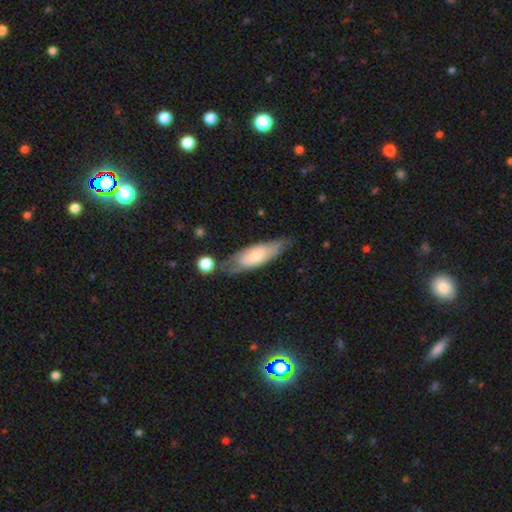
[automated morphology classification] type=smooth (57%); roundness=in between (58%); merging=none (58%).